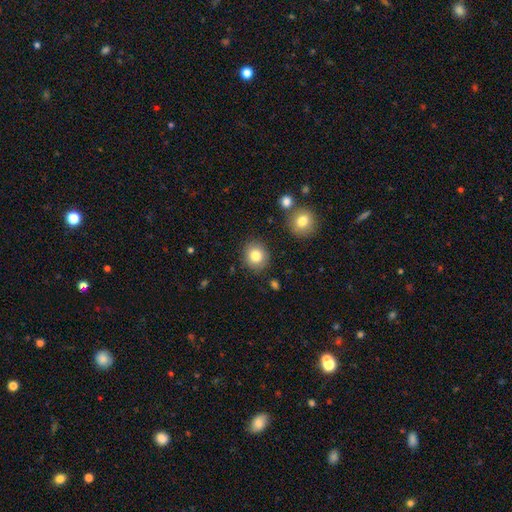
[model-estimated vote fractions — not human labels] Smooth or featured?
  - smooth: 81% *
  - star or artifact: 10%
  - featured or disk: 9%
How rounded?
  - round: 80% *
  - in between: 19%
  - cigar-shaped: 1%
Merging?
  - none: 87% *
  - minor disturbance: 8%
  - major disturbance: 3%
  - merger: 2%